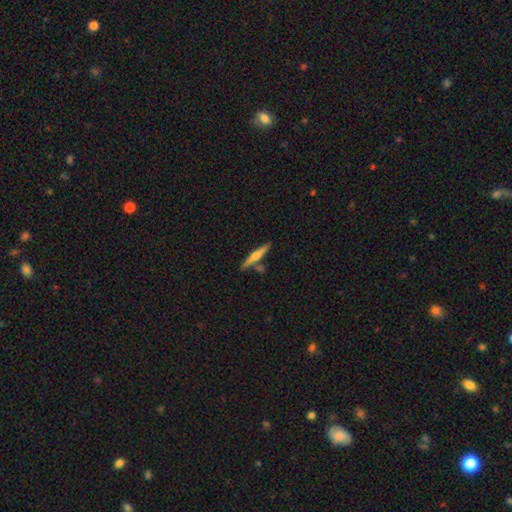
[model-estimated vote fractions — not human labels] Smooth or featured?
  - featured or disk: 55% *
  - smooth: 39%
  - star or artifact: 6%
Edge-on disk?
  - yes: 97% *
  - no: 3%
Edge-on bulge?
  - rounded: 86% *
  - none: 9%
  - boxy: 6%
Merging?
  - none: 79% *
  - merger: 10%
  - minor disturbance: 9%
  - major disturbance: 2%